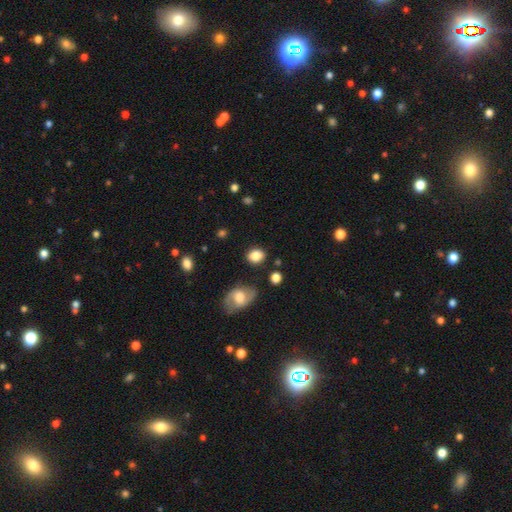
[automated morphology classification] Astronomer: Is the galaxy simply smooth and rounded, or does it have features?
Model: smooth — 83%.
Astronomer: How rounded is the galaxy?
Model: in between — 51% (runner-up: round, 48%).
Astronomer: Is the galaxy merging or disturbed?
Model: none — 80%.